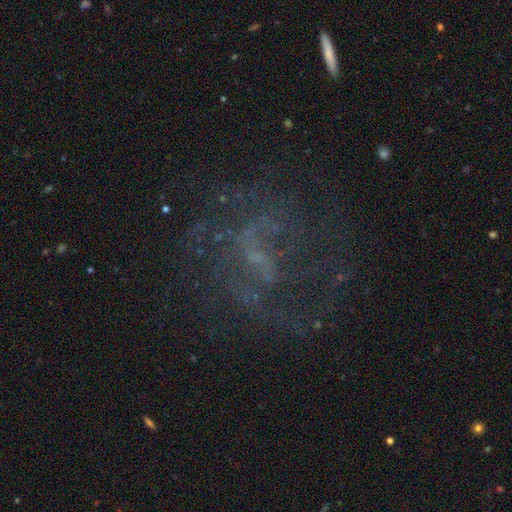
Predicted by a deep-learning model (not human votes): The model was most divided on "spiral arms": yes: 51%, no: 49%. Remaining: edge-on disk — no (97%); smooth or featured — featured or disk (65%); merging — none (56%); bulge size — small (51%); bar — no (49%).